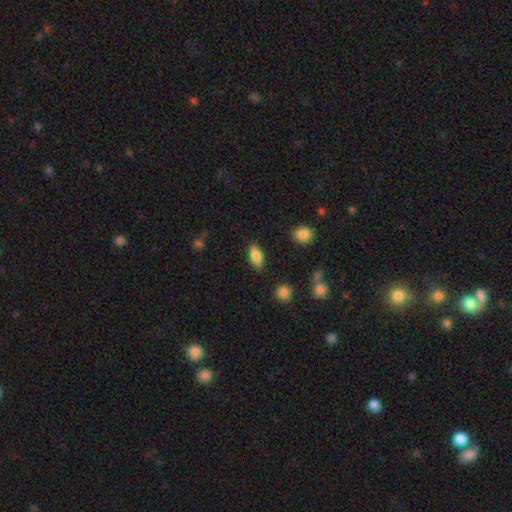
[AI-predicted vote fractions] Smooth or featured?
  - smooth: 83% *
  - featured or disk: 9%
  - star or artifact: 8%
How rounded?
  - in between: 88% *
  - cigar-shaped: 8%
  - round: 4%
Merging?
  - none: 82% *
  - minor disturbance: 13%
  - major disturbance: 3%
  - merger: 2%